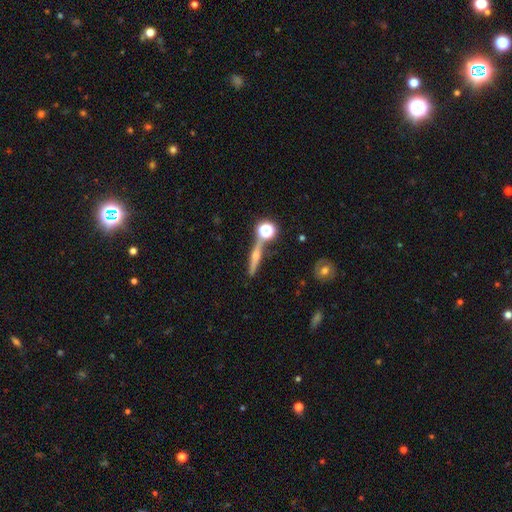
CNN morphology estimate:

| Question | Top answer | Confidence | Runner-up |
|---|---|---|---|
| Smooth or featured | featured or disk | 51% | smooth (35%) |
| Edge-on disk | yes | 93% | no (7%) |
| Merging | none | 75% | merger (12%) |